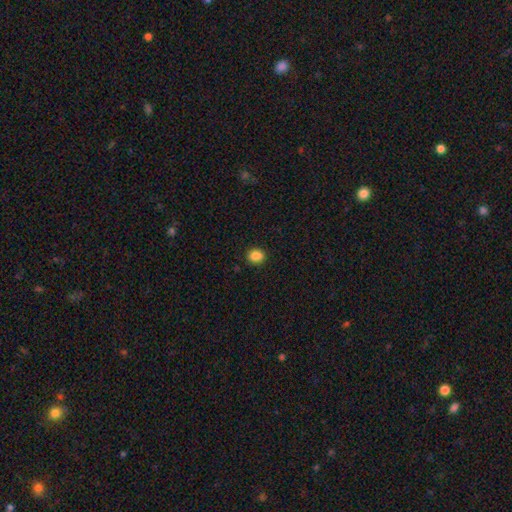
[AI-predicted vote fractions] The model was most divided on "how rounded": round: 66%, in between: 33%, cigar-shaped: 1%. More confident: merging — none (89%); smooth or featured — smooth (86%).